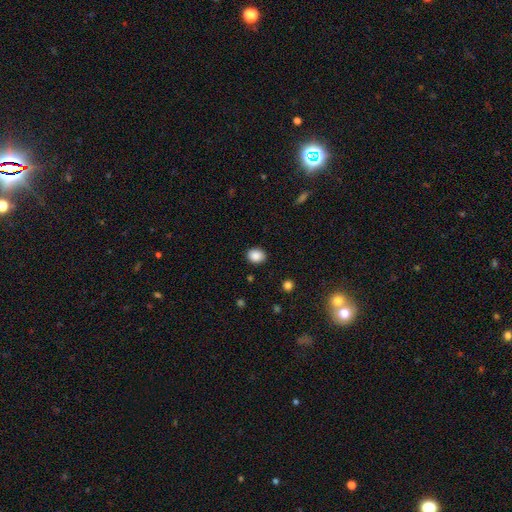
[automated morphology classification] This appears to be a smooth galaxy with no disk features (88%) that is in between round and cigar-shaped (50%). Merging: none (88%).